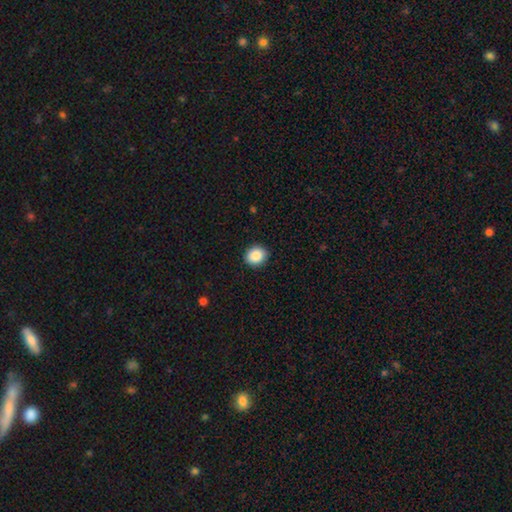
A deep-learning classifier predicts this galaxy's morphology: smooth-or-featured: smooth: 88% | star or artifact: 8% | featured or disk: 3%
  how-rounded: round: 72% | in between: 27% | cigar-shaped: 1%
  merging: none: 91% | minor disturbance: 6% | major disturbance: 2% | merger: 1%